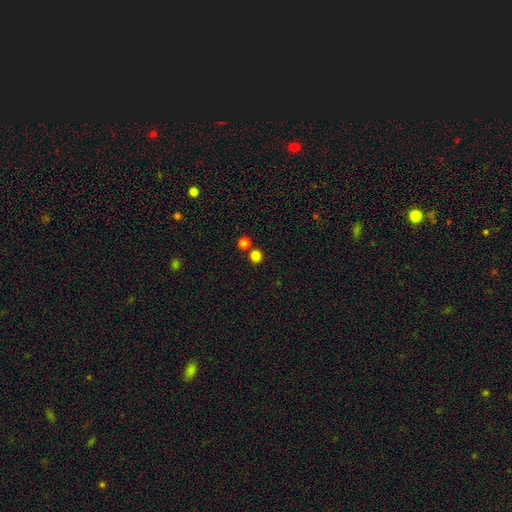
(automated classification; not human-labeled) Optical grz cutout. It shows a smooth galaxy with no disk features (83%) that is round (89%). Merging: none (72%).